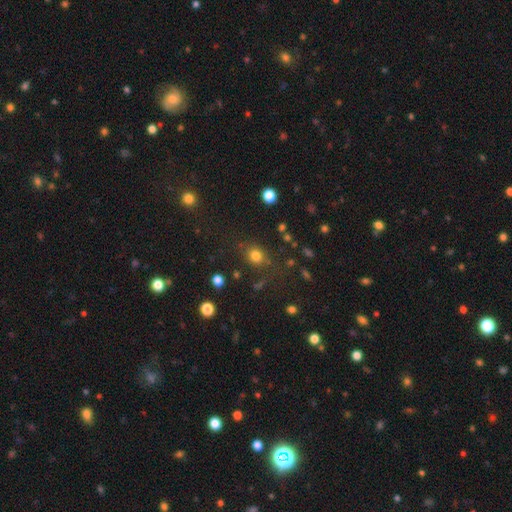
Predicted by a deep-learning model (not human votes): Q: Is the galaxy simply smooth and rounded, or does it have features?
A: smooth — 78%.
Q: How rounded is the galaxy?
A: round — 71%.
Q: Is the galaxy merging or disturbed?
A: none — 77%.